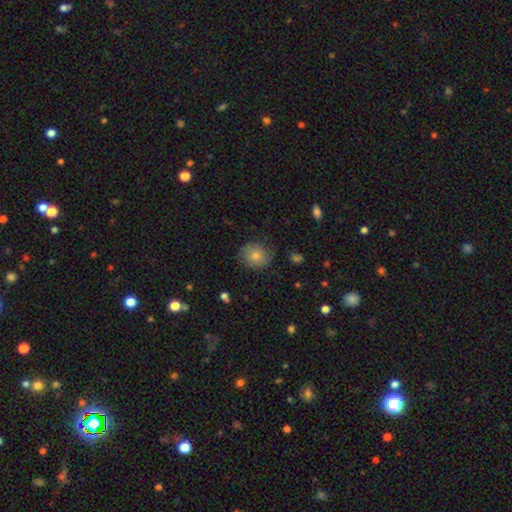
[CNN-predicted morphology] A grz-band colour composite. It shows a smooth galaxy with no disk features (65%) that is round (76%). Merging: none (78%).